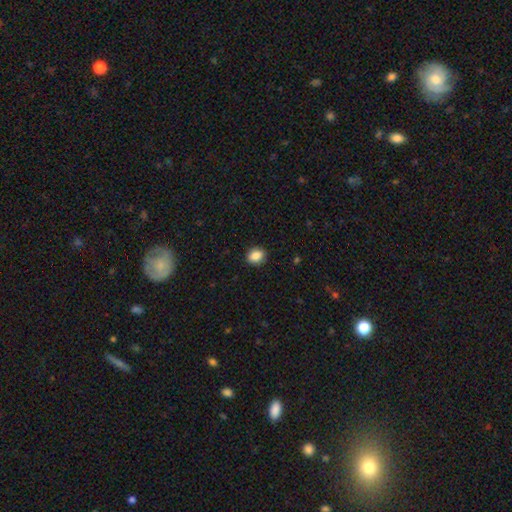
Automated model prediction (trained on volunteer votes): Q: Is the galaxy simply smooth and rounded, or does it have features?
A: smooth — 87%.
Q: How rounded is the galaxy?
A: round — 54%.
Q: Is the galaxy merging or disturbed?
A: none — 90%.